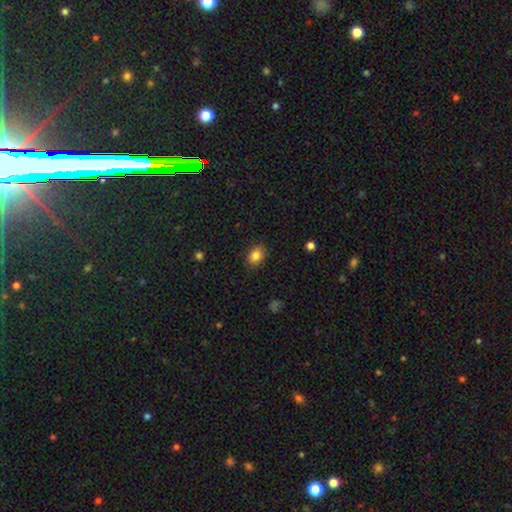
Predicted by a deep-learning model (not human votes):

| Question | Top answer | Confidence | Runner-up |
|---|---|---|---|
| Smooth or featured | smooth | 84% | star or artifact (9%) |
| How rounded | in between | 69% | round (30%) |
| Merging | none | 86% | minor disturbance (10%) |